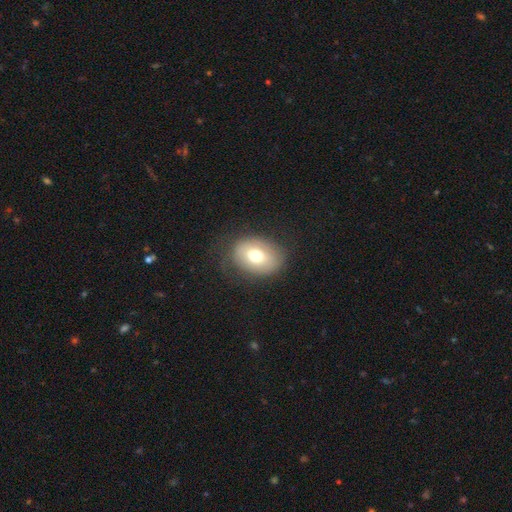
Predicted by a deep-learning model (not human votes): This is likely a smooth galaxy (69%). How rounded: likely in between (70%). Merging: likely none (75%).